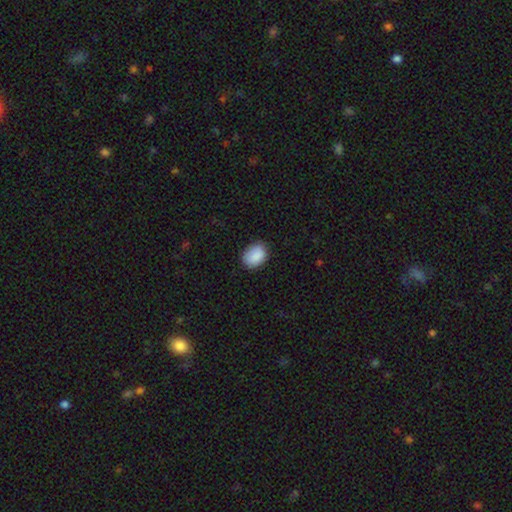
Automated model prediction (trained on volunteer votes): A smooth galaxy with no disk features (89%) that is in between round and cigar-shaped (72%). Merging: none (80%).